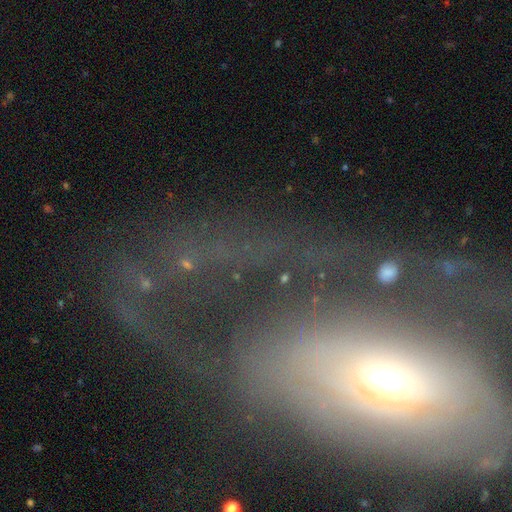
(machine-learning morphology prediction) A featured or disk galaxy (64%) with no bar (62%), no spiral arms (52%) and a moderate central bulge (51%).

Vote fractions:
- Smooth or featured? featured or disk: 64% / smooth: 20% / star or artifact: 15%
- Edge-on disk? no: 86% / yes: 14%
- Bar? no: 62% / weak: 22% / strong: 15%
- Spiral arms? no: 52% / yes: 48%
- Bulge size? moderate: 51% / small: 37% / large: 7% / dominant: 3% / none: 3%
- Merging? major disturbance: 48% / none: 33% / minor disturbance: 13% / merger: 6%